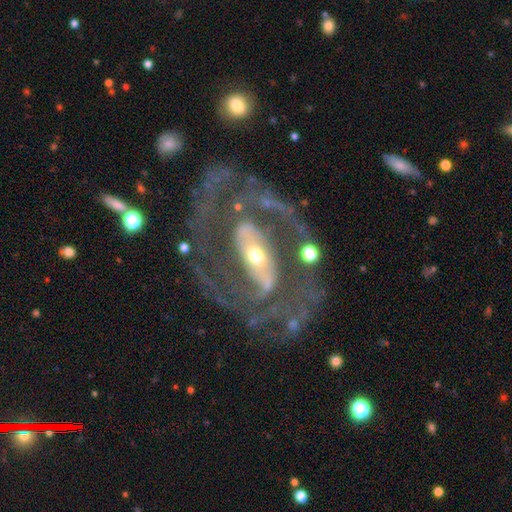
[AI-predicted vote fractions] This appears to be a featured or disk galaxy (90%) with a strong bar (47%), 2 (71%) medium (51%) spiral arms (94%) and a small central bulge (47%). Merging: none (62%).